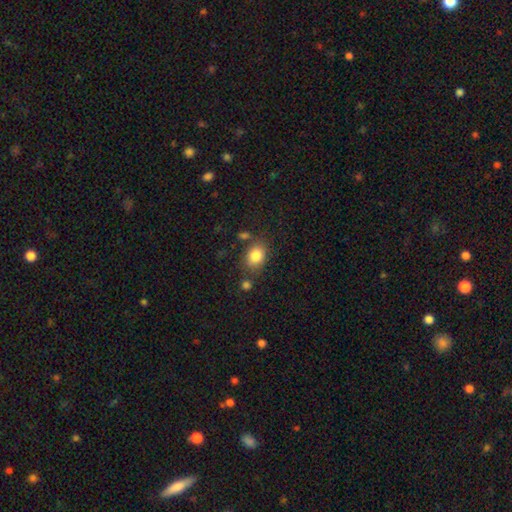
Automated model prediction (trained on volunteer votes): Morphology: type=smooth (83%); roundness=in between (66%); merging=none (71%).